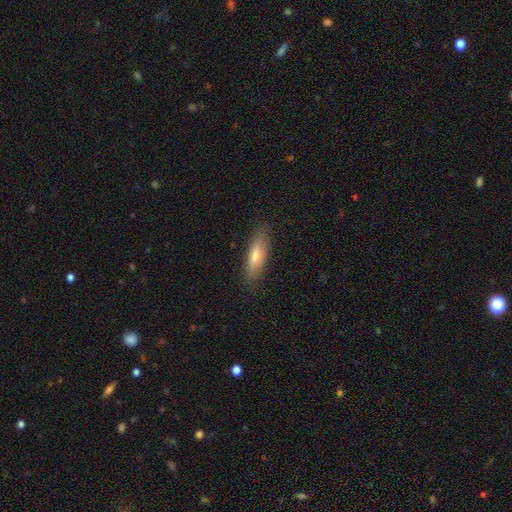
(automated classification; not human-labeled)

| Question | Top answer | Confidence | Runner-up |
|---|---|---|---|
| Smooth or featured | smooth | 61% | featured or disk (32%) |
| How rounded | cigar-shaped | 64% | in between (34%) |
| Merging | none | 86% | minor disturbance (11%) |